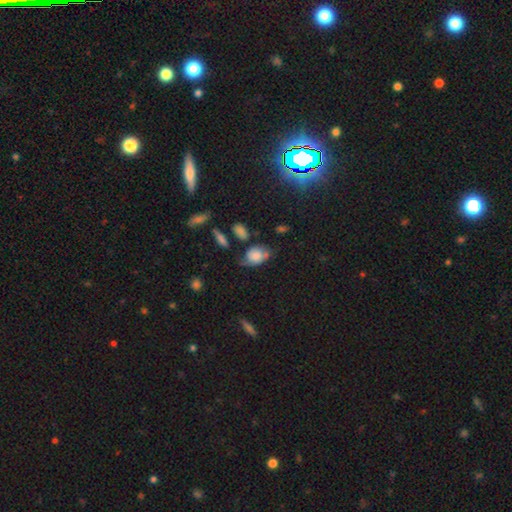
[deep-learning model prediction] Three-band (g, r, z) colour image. It shows a smooth galaxy with no disk features (62%) that is in between round and cigar-shaped (71%). Merging: none (41%).